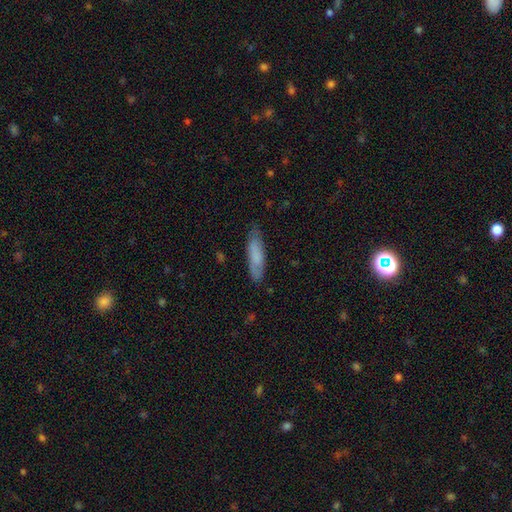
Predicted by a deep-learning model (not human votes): A smooth galaxy with no disk features (73%) that is cigar-shaped (70%).

Vote fractions:
- Smooth or featured? smooth: 73% / featured or disk: 20% / star or artifact: 6%
- How rounded? cigar-shaped: 70% / in between: 29% / round: 1%
- Merging? none: 81% / minor disturbance: 15% / major disturbance: 3% / merger: 1%